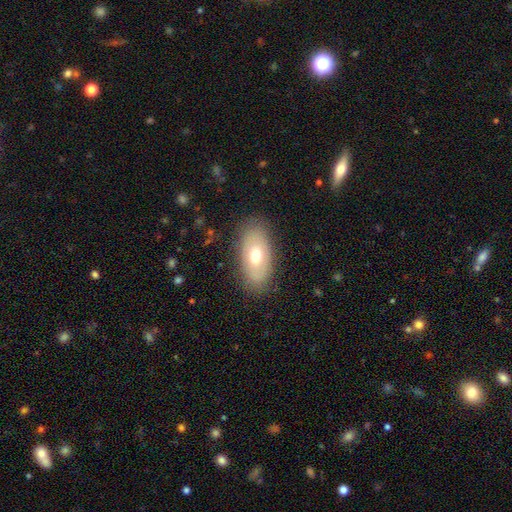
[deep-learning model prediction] Smooth or featured? Predicted: smooth (p=0.61). How rounded? Predicted: in between (p=0.91). Merging? Predicted: none (p=0.82).